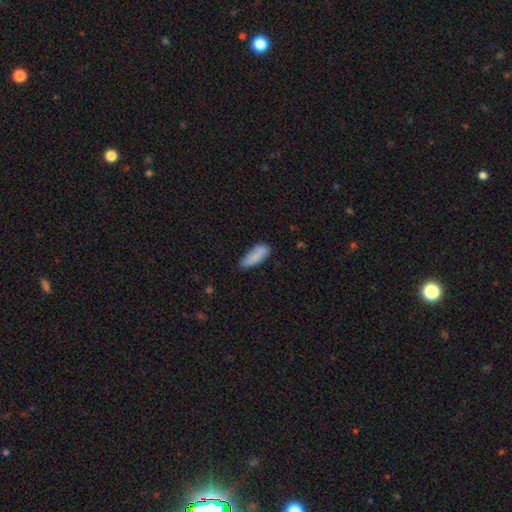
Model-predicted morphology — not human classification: A smooth galaxy with no disk features (84%) that is in between round and cigar-shaped (65%). Merging: none (68%).